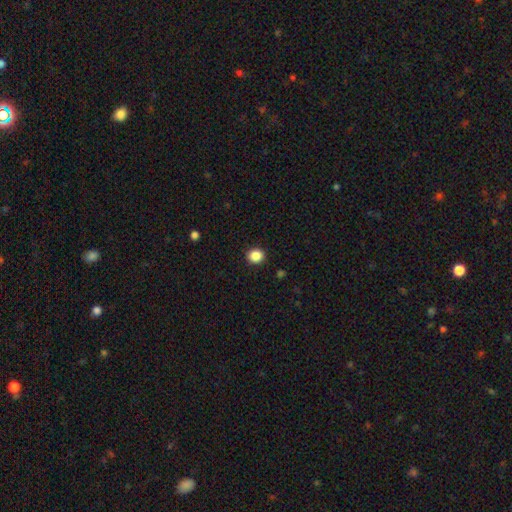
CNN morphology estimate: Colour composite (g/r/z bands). It shows a smooth galaxy with no disk features (87%) that is round (79%). Merging: none (91%).